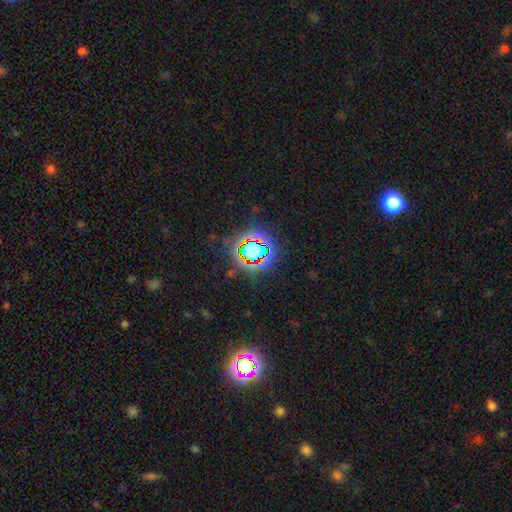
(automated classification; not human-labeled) A star or artifact, not a galaxy (77%).